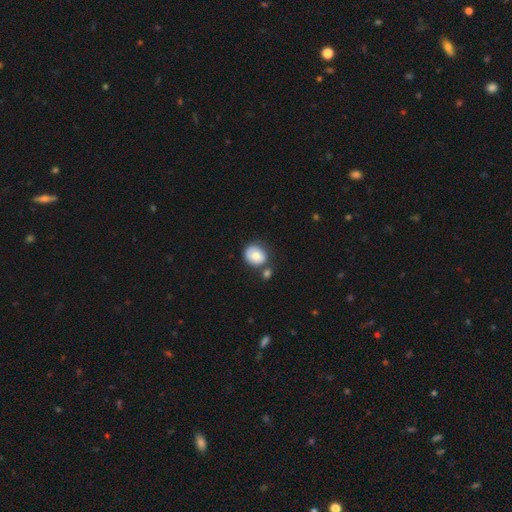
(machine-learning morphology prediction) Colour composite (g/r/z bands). It shows a smooth galaxy with no disk features (75%) that is round (67%). Merging: none (57%).